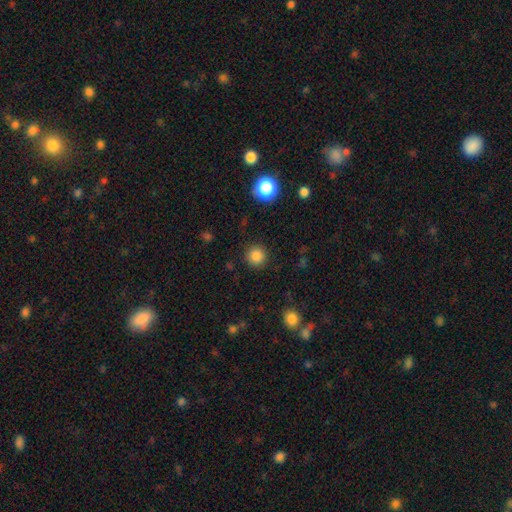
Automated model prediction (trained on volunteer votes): Morphology: type=smooth (85%); roundness=round (94%); merging=none (90%).